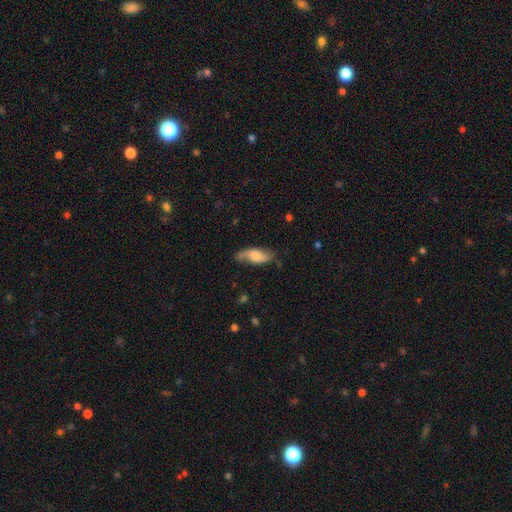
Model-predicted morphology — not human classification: Smooth or featured? Predicted: smooth (p=0.51). How rounded? Predicted: in between (p=0.74). Merging? Predicted: none (p=0.63).